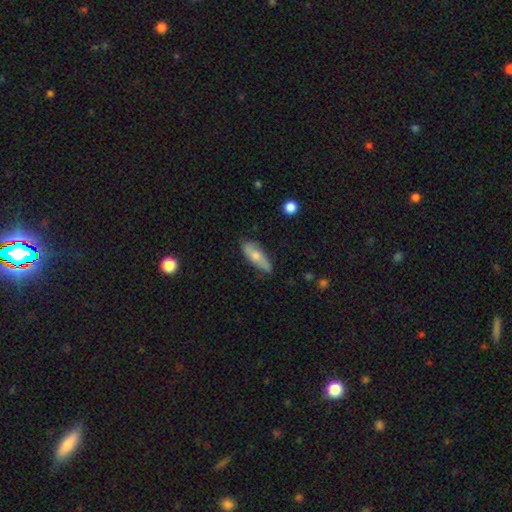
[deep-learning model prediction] A smooth galaxy with no disk features (58%) that is in between round and cigar-shaped (61%).

Vote fractions:
- Smooth or featured? smooth: 58% / featured or disk: 35% / star or artifact: 6%
- How rounded? in between: 61% / cigar-shaped: 36% / round: 3%
- Merging? none: 78% / minor disturbance: 18% / major disturbance: 3% / merger: 2%